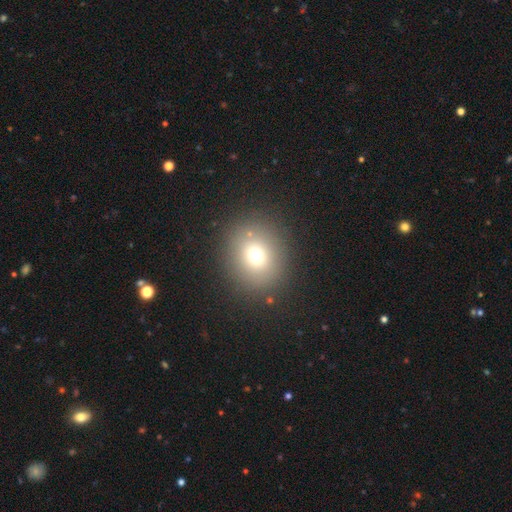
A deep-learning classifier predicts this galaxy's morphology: Overall: smooth (71%). How rounded: round (79%). Merging: none (85%).